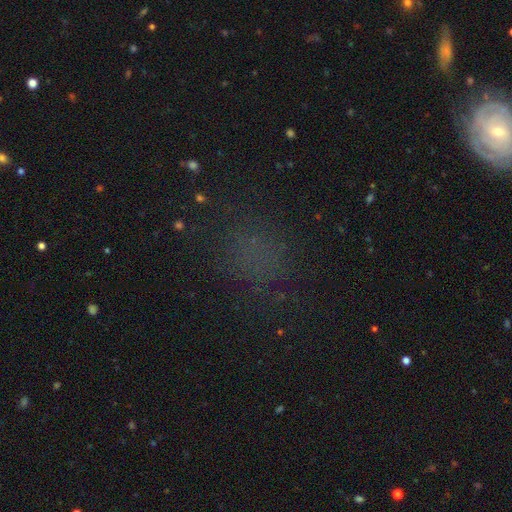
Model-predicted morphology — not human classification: The model was most divided on "smooth or featured": smooth: 47%, star or artifact: 40%, featured or disk: 13%. More confident: merging — none (77%).